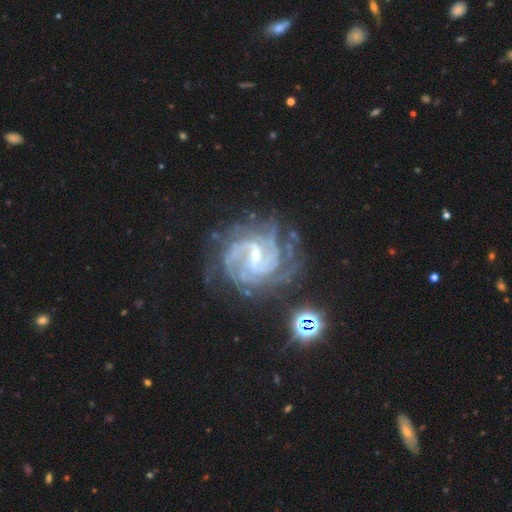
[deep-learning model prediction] This is clearly a featured or disk galaxy (92%). It is clearly not viewed edge-on (98%). Bar: possibly weak (50%). Spiral arm pattern: clearly yes (98%). Spiral arm count: marginally 3 (24%). Spiral winding: possibly tight (58%). Central bulge: likely small (68%). Merging: likely none (68%).